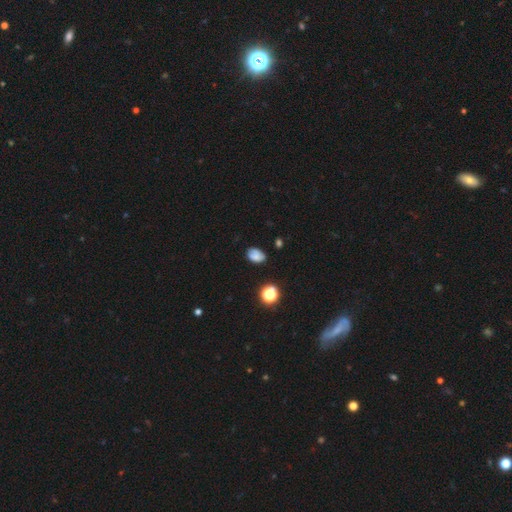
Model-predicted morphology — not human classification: smooth_or_featured: smooth (p=0.75) [alt: star or artifact p=0.13]
how_rounded: in between (p=0.82) [alt: round p=0.17]
merging: none (p=0.72) [alt: minor disturbance p=0.21]